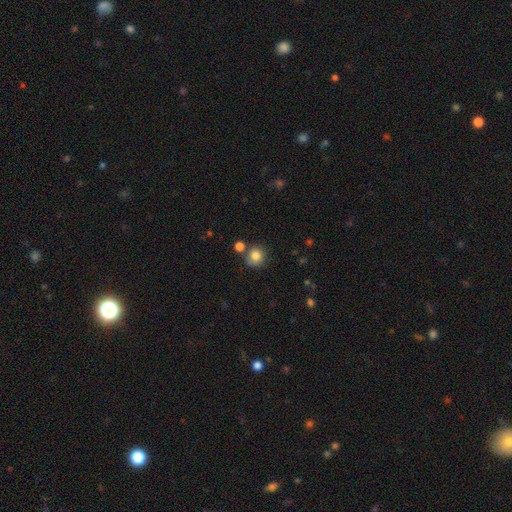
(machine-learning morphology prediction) A smooth galaxy with no disk features (83%) that is round (90%). Merging: none (73%).